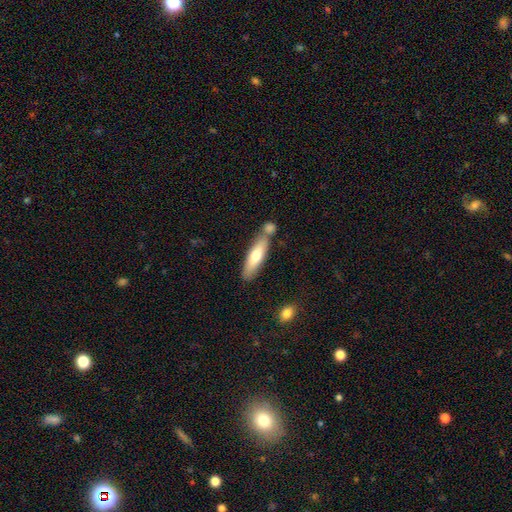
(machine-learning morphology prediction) Smooth or featured? smooth (66%)
How rounded? cigar-shaped (70%)
Merging? none (63%)